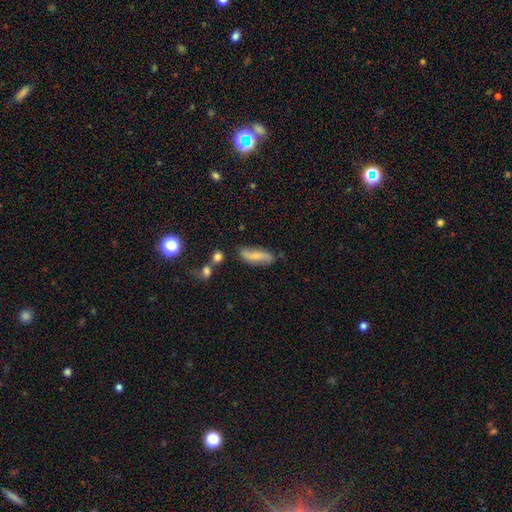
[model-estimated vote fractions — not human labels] The model was most divided on "smooth or featured": featured or disk: 47%, smooth: 45%, star or artifact: 8%. More confident: merging — none (72%).